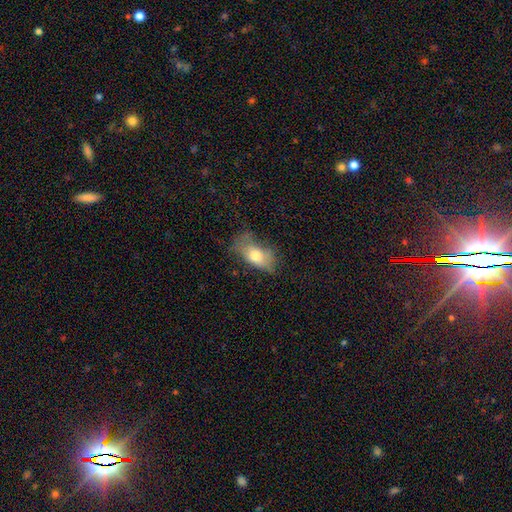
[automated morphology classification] Q: Smooth or featured?
A: smooth (68%); runner-up: featured or disk (24%)
Q: How rounded?
A: in between (88%); runner-up: round (7%)
Q: Merging?
A: none (36%); runner-up: minor disturbance (34%)